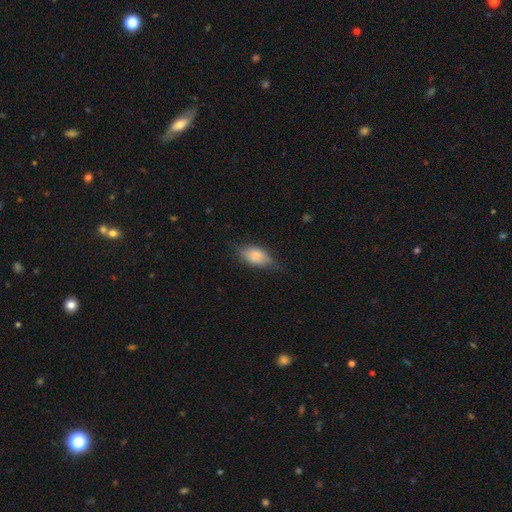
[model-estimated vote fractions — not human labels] This appears to be a smooth galaxy with no disk features (77%) that is in between round and cigar-shaped (87%). Merging: none (59%).